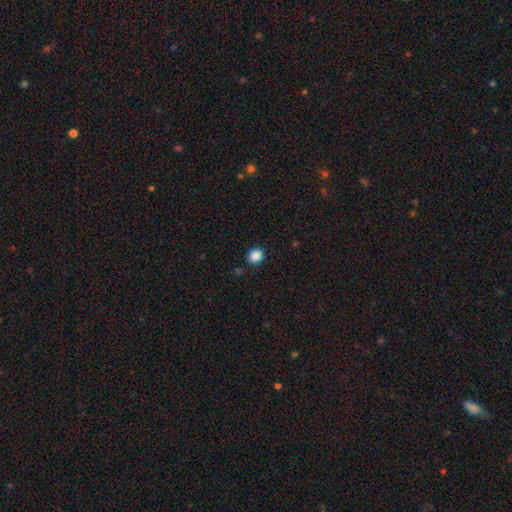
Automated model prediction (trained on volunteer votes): Smooth or featured? smooth (86%)
How rounded? round (78%)
Merging? none (90%)